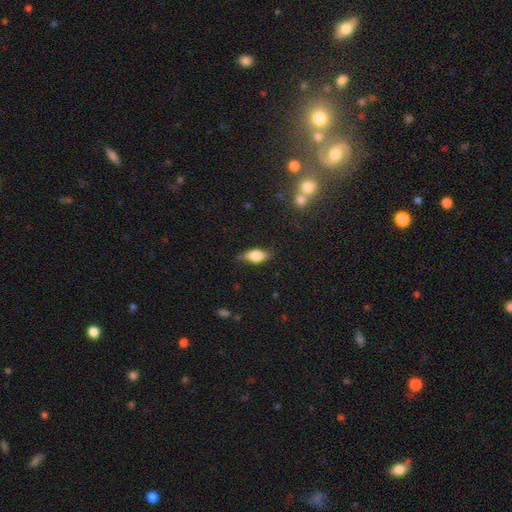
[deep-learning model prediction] The model was most divided on "smooth or featured": smooth: 69%, featured or disk: 23%, star or artifact: 7%. More confident: how rounded — in between (83%); merging — none (73%).